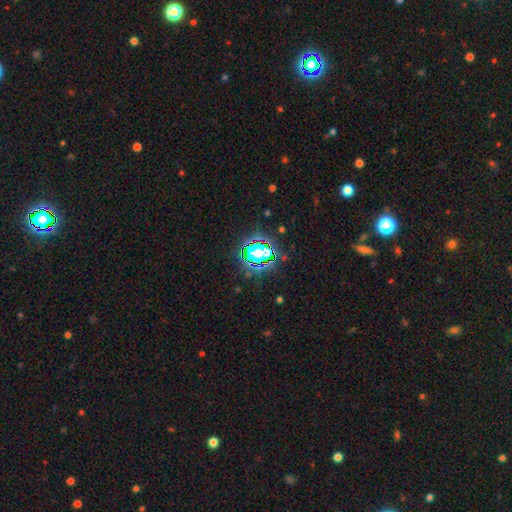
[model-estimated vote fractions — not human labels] Smooth or featured: star or artifact — 62% (smooth — 25%)